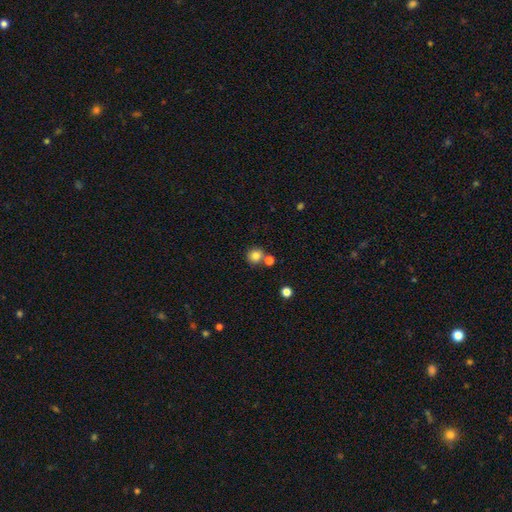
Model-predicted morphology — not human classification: Smooth or featured?
  - smooth: 81% *
  - star or artifact: 12%
  - featured or disk: 7%
How rounded?
  - round: 88% *
  - in between: 11%
  - cigar-shaped: 1%
Merging?
  - none: 70% *
  - merger: 18%
  - minor disturbance: 9%
  - major disturbance: 3%